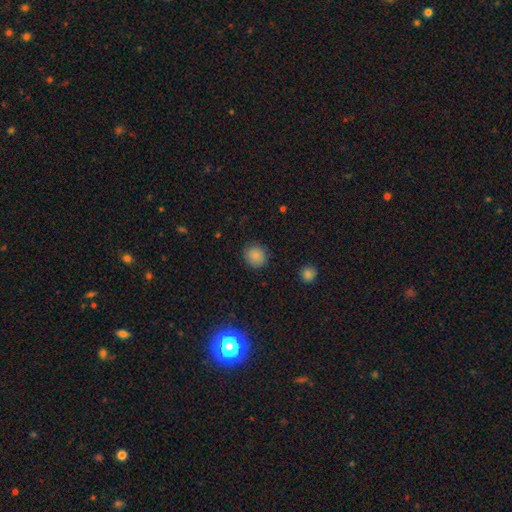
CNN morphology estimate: The model was most divided on "merging": none: 84%, minor disturbance: 12%, major disturbance: 3%, merger: 1%. More confident: how rounded — round (87%); smooth or featured — smooth (84%).